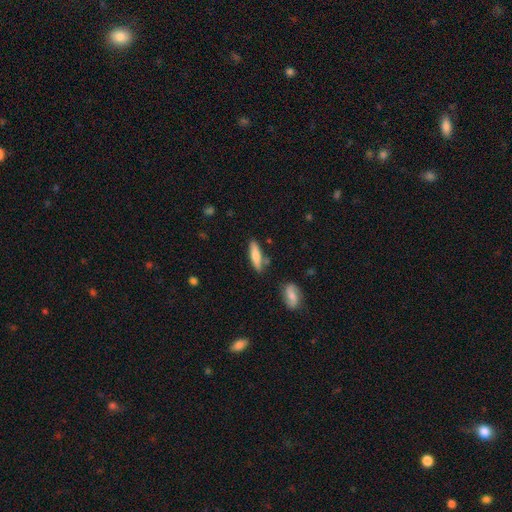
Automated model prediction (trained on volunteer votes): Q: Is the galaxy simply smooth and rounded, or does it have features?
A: smooth — 69%.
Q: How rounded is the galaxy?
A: cigar-shaped — 70%.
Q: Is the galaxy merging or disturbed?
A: none — 77%.